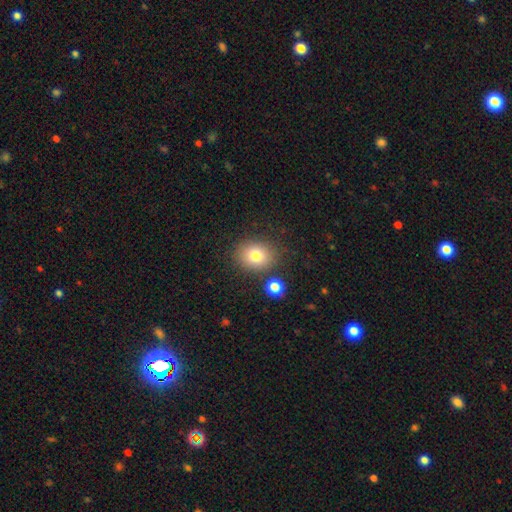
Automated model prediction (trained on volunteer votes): smooth 79%, star or artifact 11%, featured or disk 10%. Down the decision tree: how rounded — round (60%); merging — none (81%).